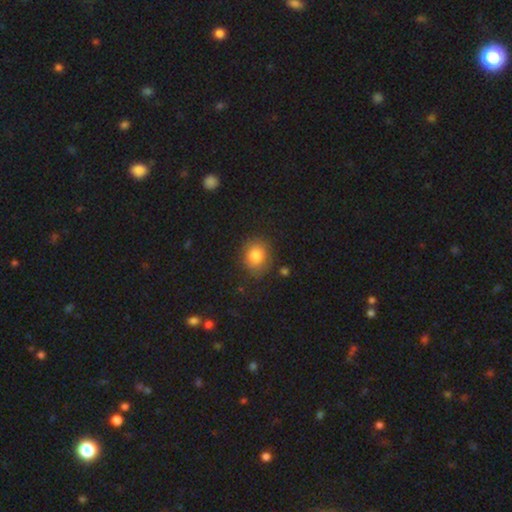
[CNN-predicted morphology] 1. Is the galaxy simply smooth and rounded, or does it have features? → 83% smooth, 9% star or artifact, 8% featured or disk.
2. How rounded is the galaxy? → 67% round, 32% in between, 1% cigar-shaped.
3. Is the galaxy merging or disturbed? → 80% none, 14% minor disturbance, 4% major disturbance, 2% merger.